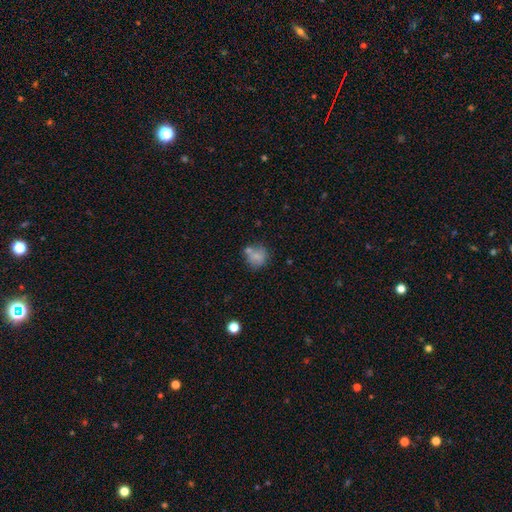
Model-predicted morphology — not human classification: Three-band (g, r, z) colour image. It shows a smooth galaxy with no disk features (74%) that is round (79%). Merging: none (52%).